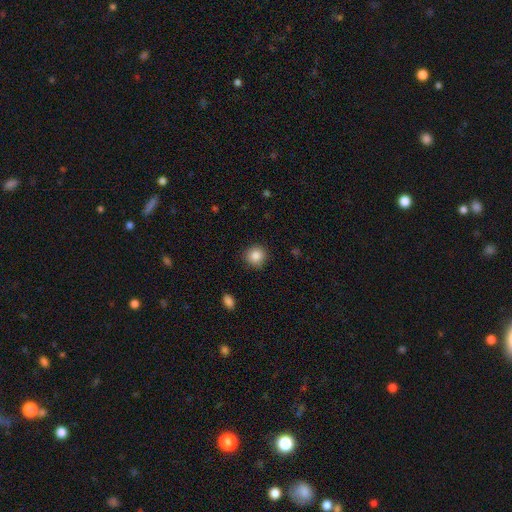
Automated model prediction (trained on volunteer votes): A smooth galaxy with no disk features (85%) that is round (92%).

Vote fractions:
- Smooth or featured? smooth: 85% / star or artifact: 10% / featured or disk: 5%
- How rounded? round: 92% / in between: 7% / cigar-shaped: 1%
- Merging? none: 89% / minor disturbance: 8% / major disturbance: 2% / merger: 1%